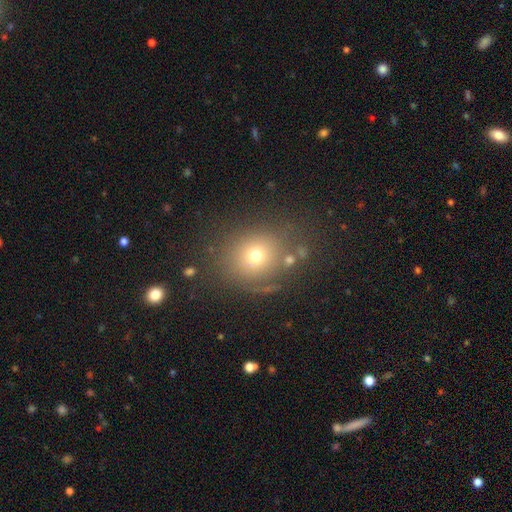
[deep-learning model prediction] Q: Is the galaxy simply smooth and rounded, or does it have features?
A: smooth — 68%.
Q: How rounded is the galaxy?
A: round — 72%.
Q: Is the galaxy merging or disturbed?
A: none — 76%.